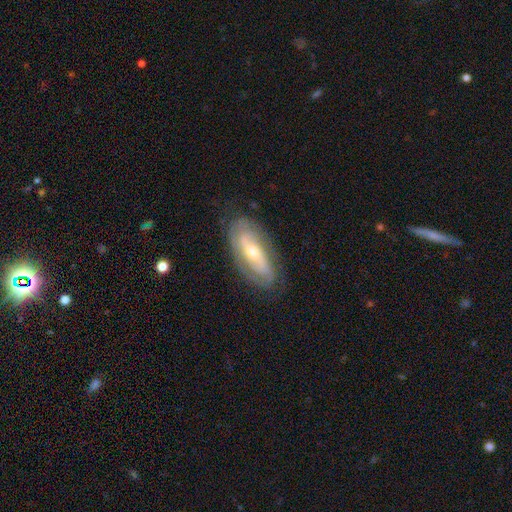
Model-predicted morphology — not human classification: Smooth or featured? Predicted: featured or disk (p=0.72). Edge-on disk? Predicted: no (p=0.86). Bar? Predicted: no (p=0.39). Spiral arms? Predicted: yes (p=0.76). Bulge size? Predicted: moderate (p=0.55). Merging? Predicted: none (p=0.79).